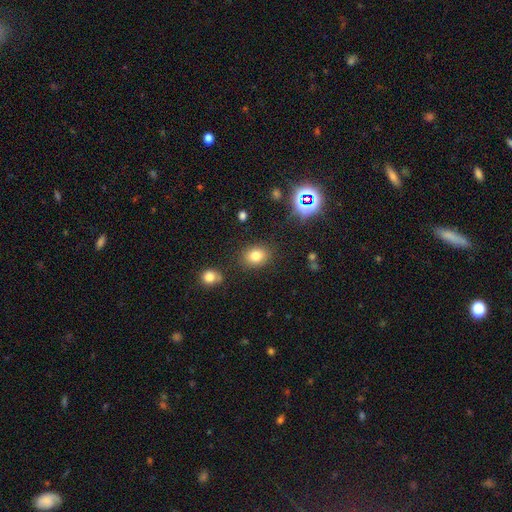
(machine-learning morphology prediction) Overall: smooth (79%). How rounded: in between (50%; round 49%). Merging: none (84%).